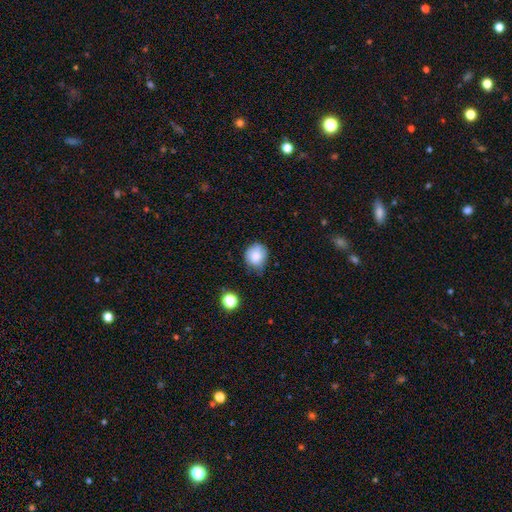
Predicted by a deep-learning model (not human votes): Smooth or featured? smooth (80%)
How rounded? round (74%)
Merging? none (57%)